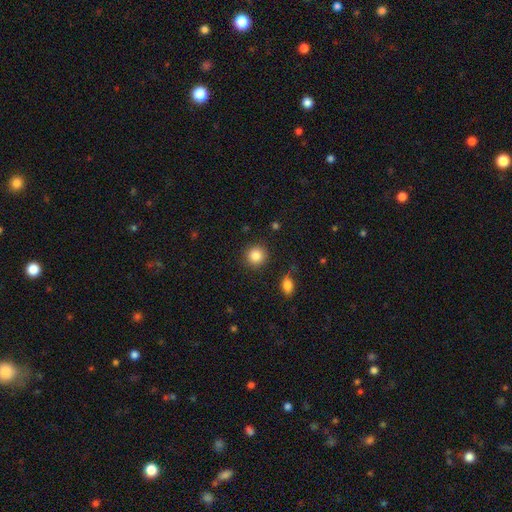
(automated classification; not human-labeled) The model was most divided on "smooth or featured": smooth: 86%, star or artifact: 9%, featured or disk: 5%. More confident: how rounded — round (92%); merging — none (89%).